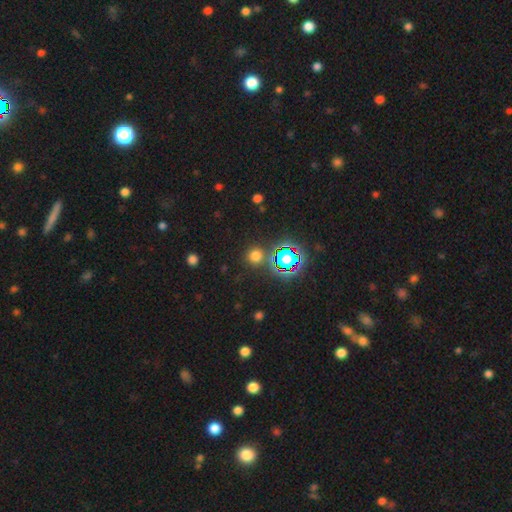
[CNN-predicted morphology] A smooth galaxy with no disk features (65%) that is round (92%).

Vote fractions:
- Smooth or featured? smooth: 65% / star or artifact: 29% / featured or disk: 6%
- How rounded? round: 92% / in between: 7% / cigar-shaped: 1%
- Merging? none: 85% / minor disturbance: 7% / merger: 5% / major disturbance: 3%